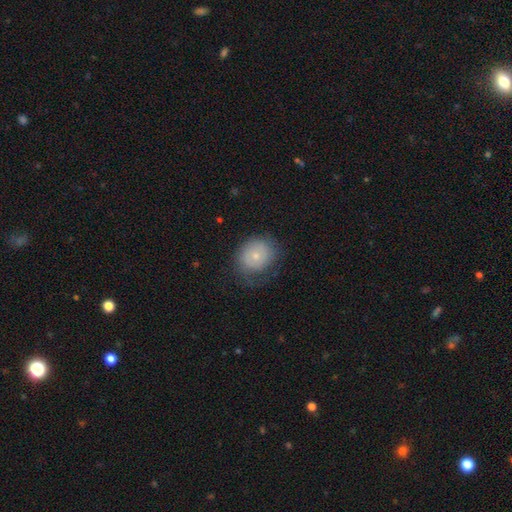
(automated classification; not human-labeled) A smooth galaxy with no disk features (63%) that is round (72%).

Vote fractions:
- Smooth or featured? smooth: 63% / featured or disk: 28% / star or artifact: 9%
- How rounded? round: 72% / in between: 27% / cigar-shaped: 1%
- Merging? none: 60% / minor disturbance: 24% / major disturbance: 14% / merger: 1%